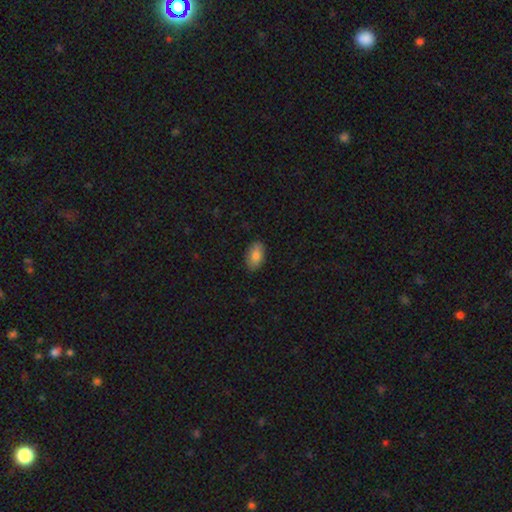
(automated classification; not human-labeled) A smooth galaxy with no disk features (82%) that is in between round and cigar-shaped (93%).

Vote fractions:
- Smooth or featured? smooth: 82% / featured or disk: 11% / star or artifact: 7%
- How rounded? in between: 93% / round: 5% / cigar-shaped: 2%
- Merging? none: 88% / minor disturbance: 9% / major disturbance: 2% / merger: 1%